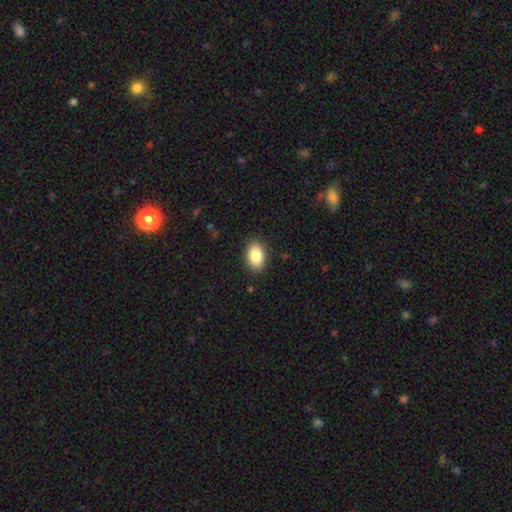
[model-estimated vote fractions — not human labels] smooth 86%, star or artifact 7%, featured or disk 7%. Down the decision tree: how rounded — in between (88%); merging — none (88%).